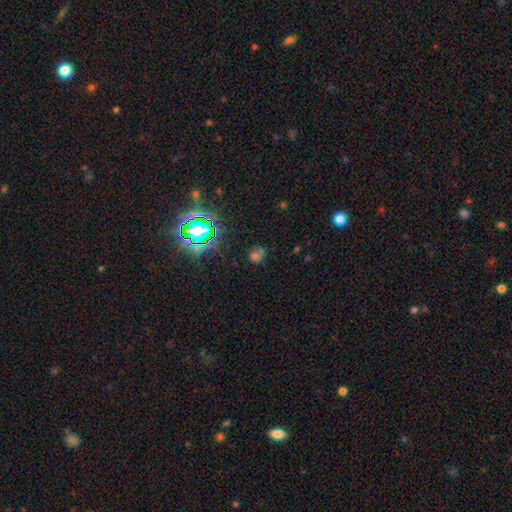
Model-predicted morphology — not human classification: Q: Smooth or featured?
A: smooth (46%); runner-up: star or artifact (41%)
Q: Merging?
A: none (55%); runner-up: merger (24%)